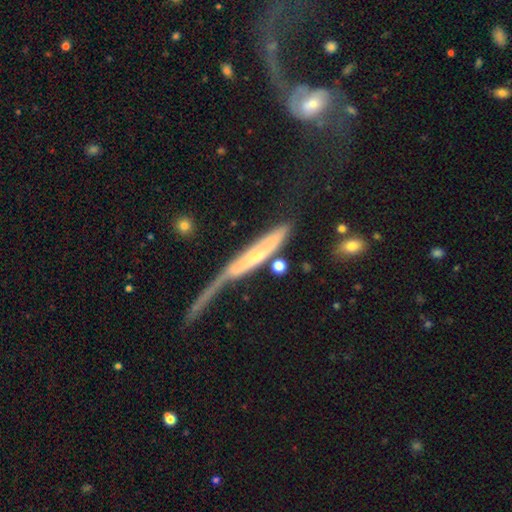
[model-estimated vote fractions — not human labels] Smooth or featured? Predicted: featured or disk (p=0.57). Edge-on disk? Predicted: yes (p=0.68). Merging? Predicted: major disturbance (p=0.39).